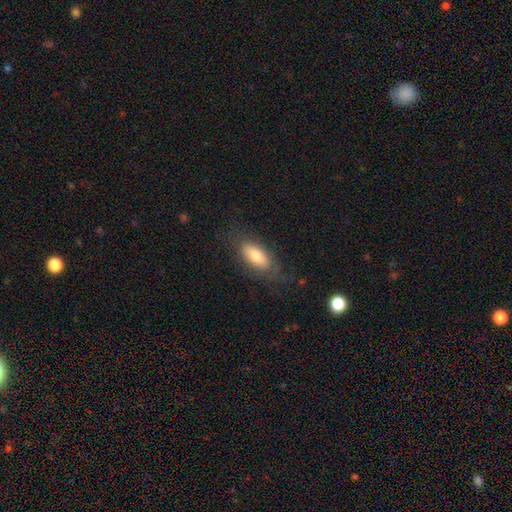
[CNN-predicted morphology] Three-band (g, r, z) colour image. It shows a smooth galaxy with no disk features (71%) that is in between round and cigar-shaped (82%). Merging: none (74%).